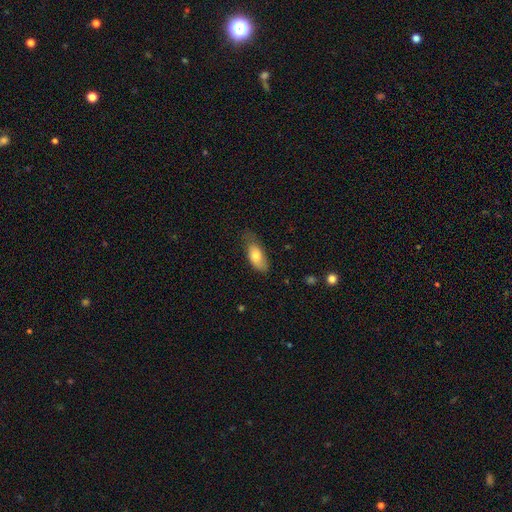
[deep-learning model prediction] Smooth or featured? smooth (74%)
How rounded? in between (87%)
Merging? none (57%)